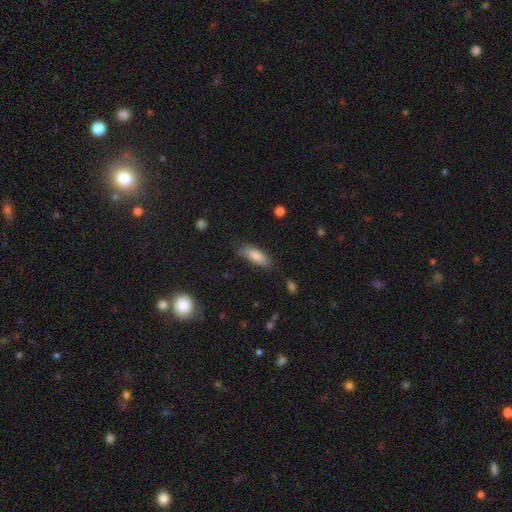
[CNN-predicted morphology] Smooth or featured: smooth — 80% (featured or disk — 13%)
How rounded: in between — 60% (cigar-shaped — 38%)
Merging: none — 77% (minor disturbance — 18%)